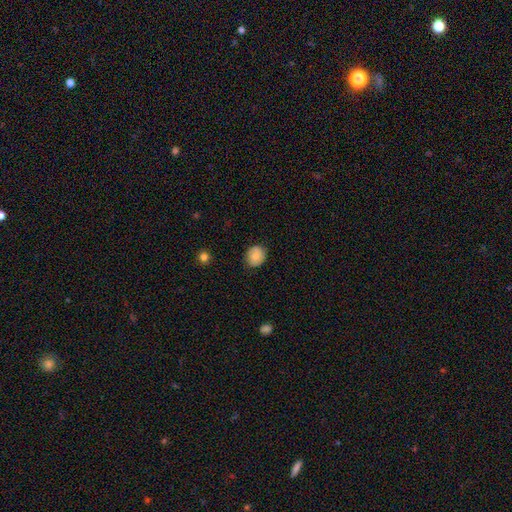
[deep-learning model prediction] smooth-or-featured: smooth: 84% | featured or disk: 9% | star or artifact: 8%
  how-rounded: round: 77% | in between: 23% | cigar-shaped: 1%
  merging: none: 84% | minor disturbance: 12% | major disturbance: 2% | merger: 1%